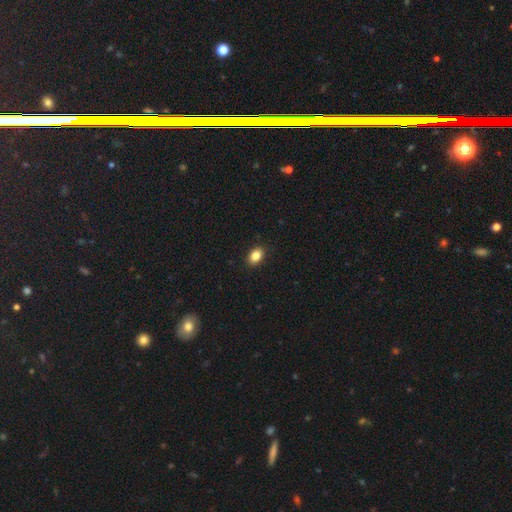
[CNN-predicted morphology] Smooth or featured? Predicted: smooth (p=0.85). How rounded? Predicted: in between (p=0.77). Merging? Predicted: none (p=0.89).